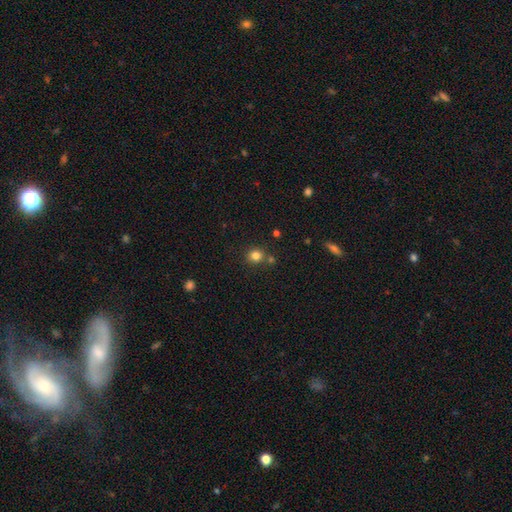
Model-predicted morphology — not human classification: Smooth or featured: smooth — 81% (star or artifact — 14%)
How rounded: round — 85% (in between — 14%)
Merging: none — 75% (merger — 13%)